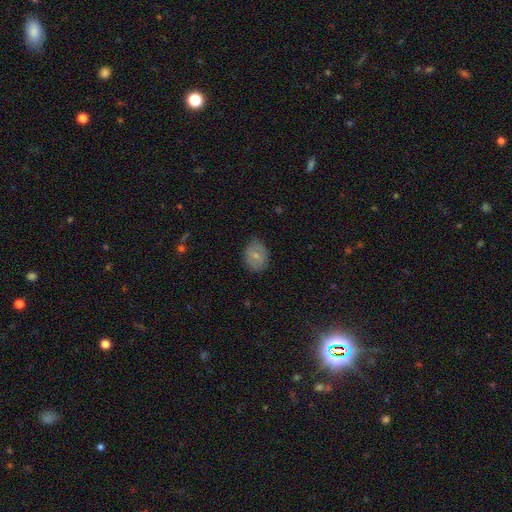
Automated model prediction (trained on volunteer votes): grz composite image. It shows a smooth galaxy with no disk features (68%) that is in between round and cigar-shaped (55%). Merging: none (79%).